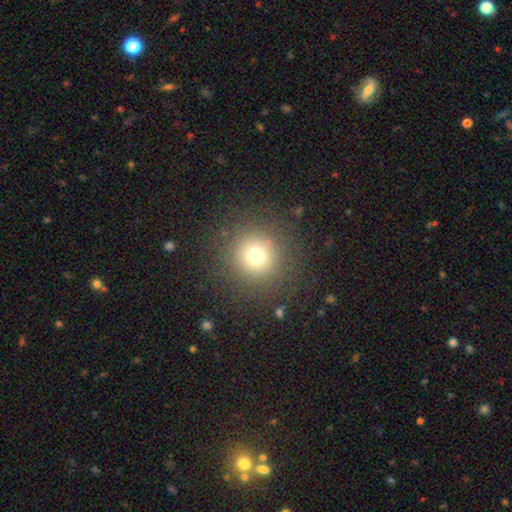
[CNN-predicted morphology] Smooth or featured?
  - smooth: 72% *
  - star or artifact: 17%
  - featured or disk: 11%
How rounded?
  - round: 94% *
  - in between: 5%
  - cigar-shaped: 1%
Merging?
  - none: 87% *
  - minor disturbance: 7%
  - major disturbance: 5%
  - merger: 1%